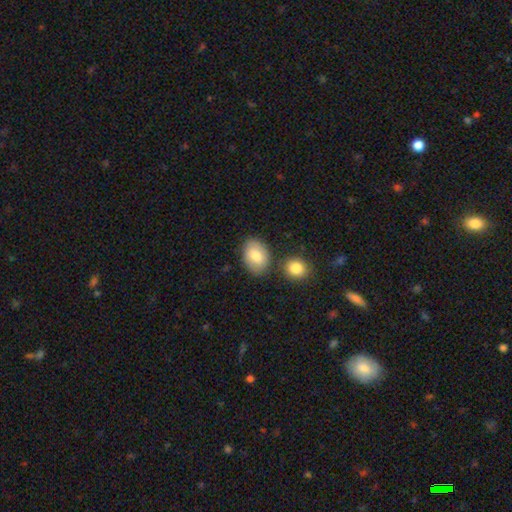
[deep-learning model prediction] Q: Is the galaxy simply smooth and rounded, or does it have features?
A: smooth — 80%.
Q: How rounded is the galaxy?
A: in between — 82%.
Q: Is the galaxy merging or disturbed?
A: none — 73%.